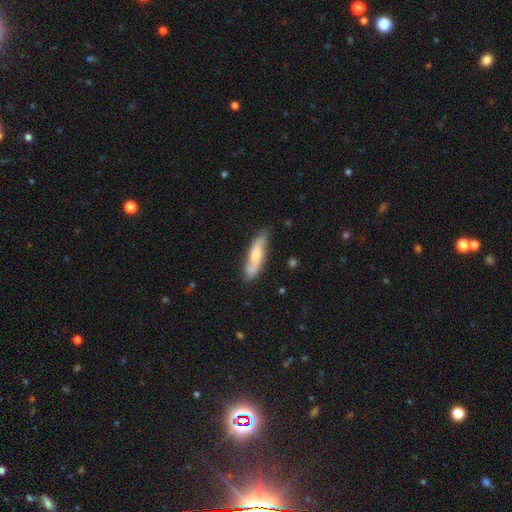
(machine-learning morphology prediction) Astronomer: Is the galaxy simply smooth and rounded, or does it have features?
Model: smooth — 53% (runner-up: featured or disk, 42%).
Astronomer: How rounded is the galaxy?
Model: cigar-shaped — 62%.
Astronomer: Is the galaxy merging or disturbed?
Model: none — 73%.